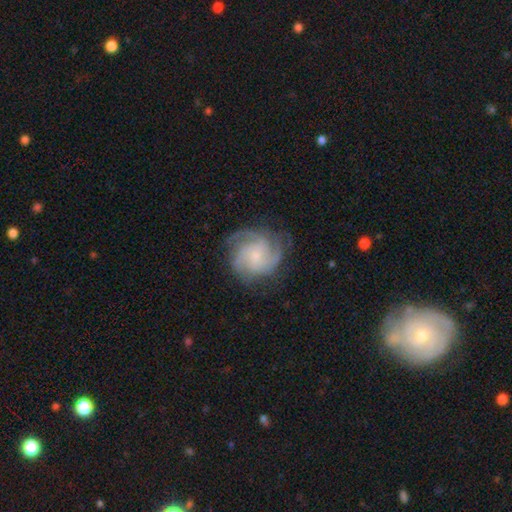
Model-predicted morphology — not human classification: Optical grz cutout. It shows a featured or disk galaxy (81%) with no bar (70%), 3 (40%) tight (48%) spiral arms (96%) and a small central bulge (69%). Merging: none (72%).